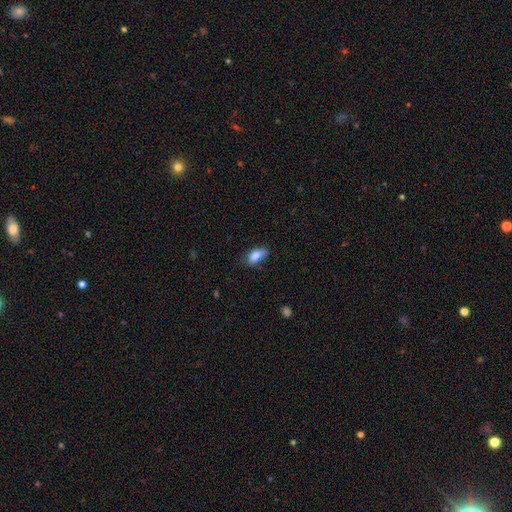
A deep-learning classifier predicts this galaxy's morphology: Smooth or featured? smooth (84%)
How rounded? in between (89%)
Merging? none (55%)